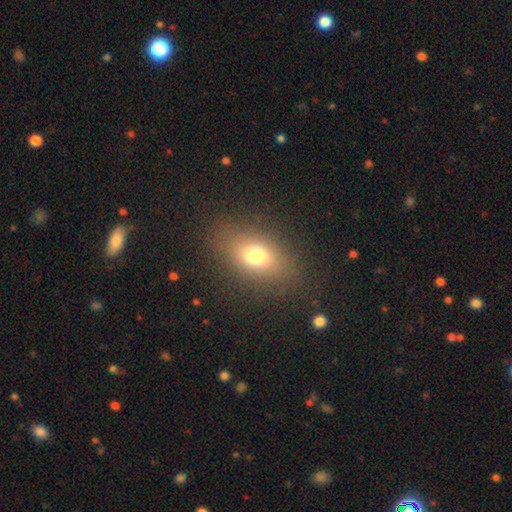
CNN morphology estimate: This is likely a smooth galaxy (73%). How rounded: likely in between (74%). Merging: clearly none (82%).